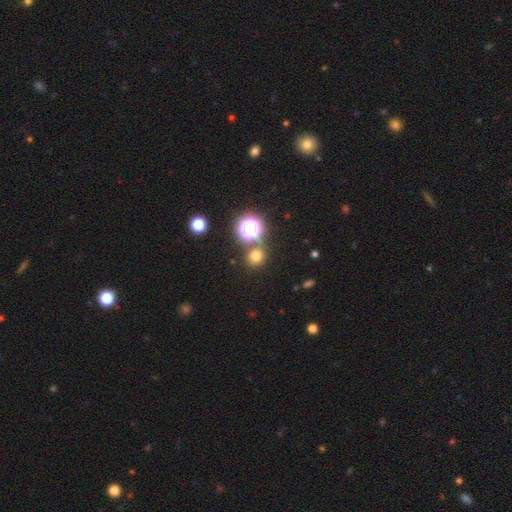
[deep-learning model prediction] smooth_or_featured: smooth (p=0.68) [alt: star or artifact p=0.25]
how_rounded: round (p=0.90) [alt: in between p=0.09]
merging: none (p=0.79) [alt: merger p=0.10]